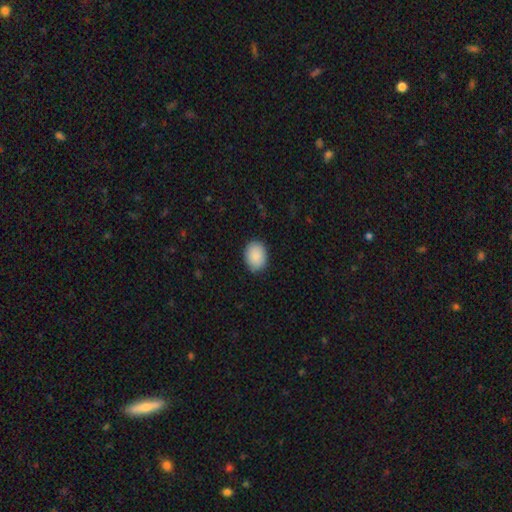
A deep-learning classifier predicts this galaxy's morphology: Overall: smooth (89%). How rounded: in between (65%; round 34%). Merging: none (86%).